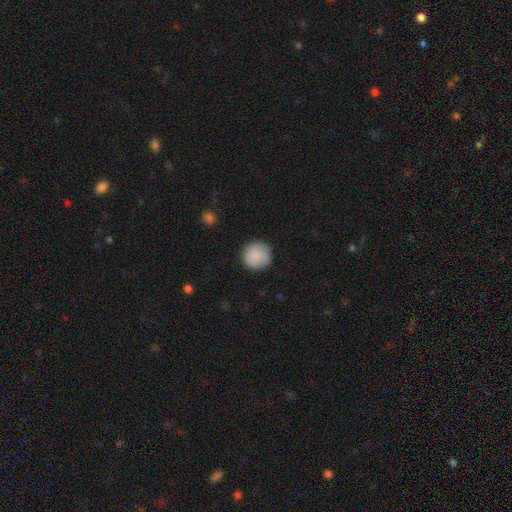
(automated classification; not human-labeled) smooth_or_featured: smooth (p=0.87) [alt: featured or disk p=0.07]
how_rounded: round (p=0.94) [alt: in between p=0.05]
merging: none (p=0.86) [alt: minor disturbance p=0.10]